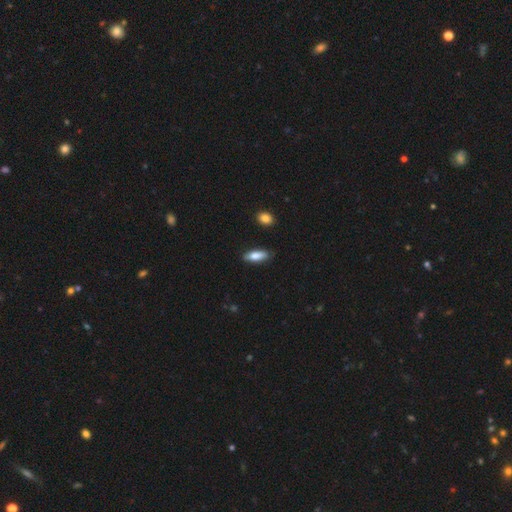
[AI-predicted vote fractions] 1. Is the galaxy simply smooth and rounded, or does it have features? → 80% smooth, 14% featured or disk, 6% star or artifact.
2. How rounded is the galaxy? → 62% in between, 36% cigar-shaped, 2% round.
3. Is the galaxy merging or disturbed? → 84% none, 12% minor disturbance, 2% major disturbance, 2% merger.